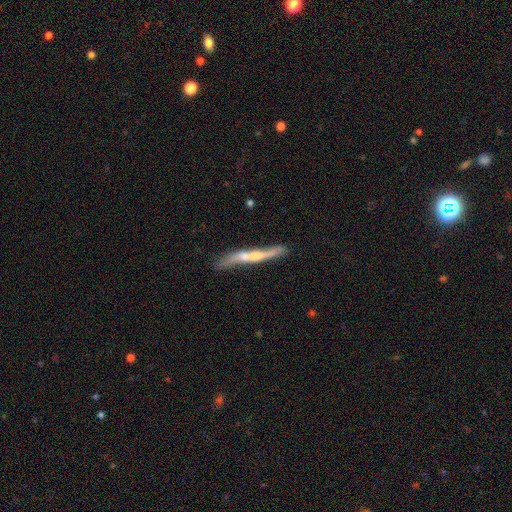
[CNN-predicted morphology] Smooth or featured? featured or disk (64%)
Edge-on disk? yes (91%)
Edge-on bulge? rounded (54%)
Merging? none (75%)